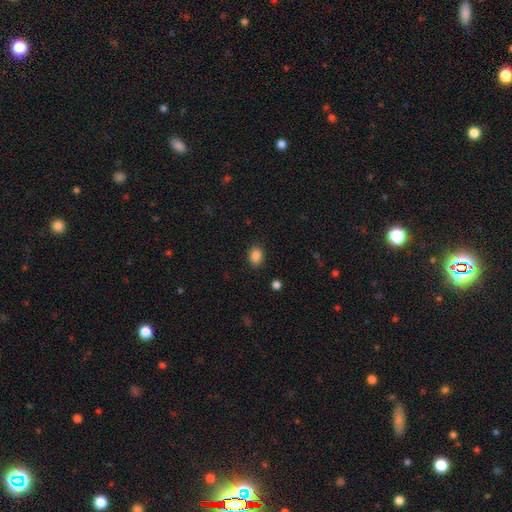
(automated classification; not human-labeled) This is clearly a smooth galaxy (87%). How rounded: likely in between (65%). Merging: clearly none (87%).